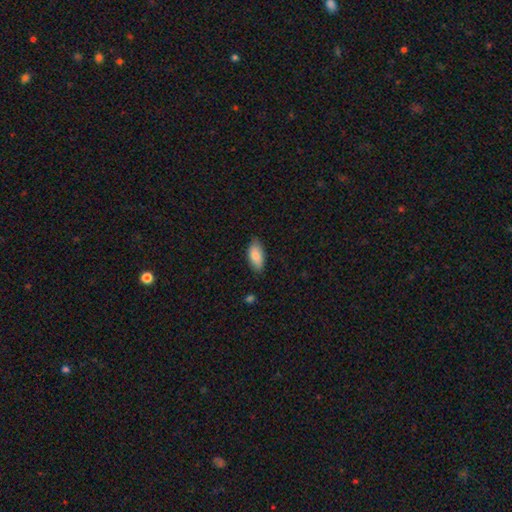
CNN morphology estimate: Smooth or featured?
  - smooth: 84% *
  - featured or disk: 10%
  - star or artifact: 6%
How rounded?
  - in between: 91% *
  - cigar-shaped: 7%
  - round: 2%
Merging?
  - none: 80% *
  - minor disturbance: 17%
  - major disturbance: 2%
  - merger: 1%